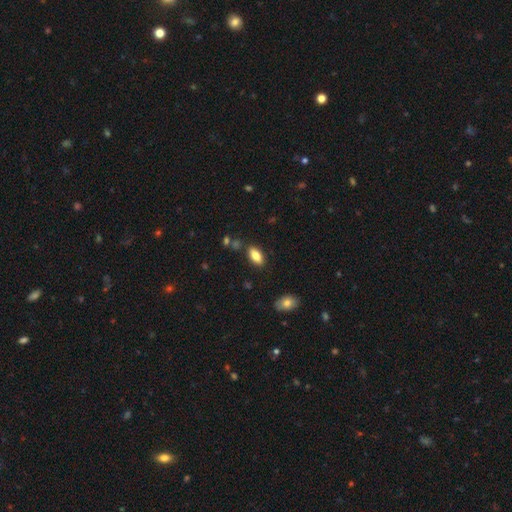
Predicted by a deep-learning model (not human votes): Smooth or featured: smooth — 81% (featured or disk — 11%)
How rounded: in between — 89% (cigar-shaped — 8%)
Merging: none — 83% (minor disturbance — 11%)